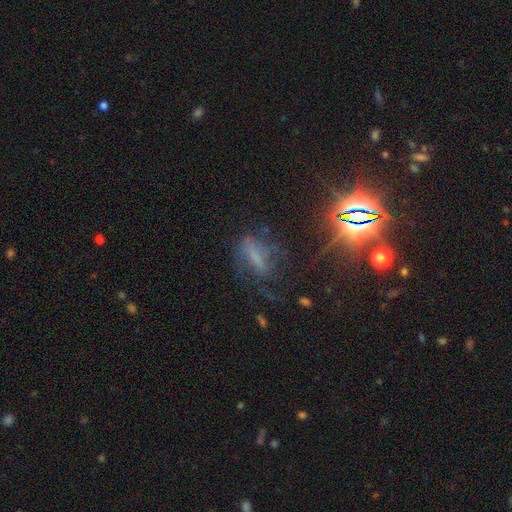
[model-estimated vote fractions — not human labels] smooth_or_featured: star or artifact (p=0.34) [alt: smooth p=0.33]